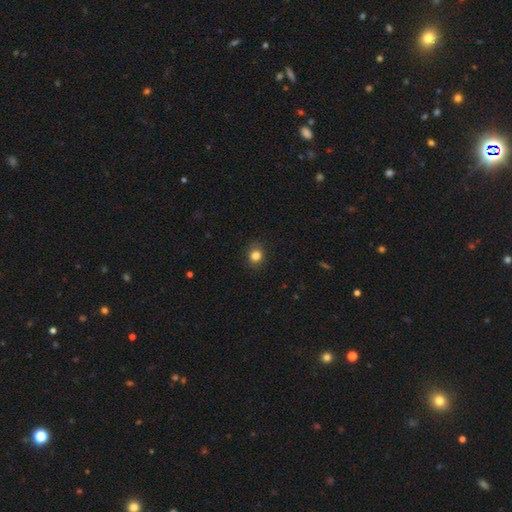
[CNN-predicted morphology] smooth-or-featured: smooth: 84% | star or artifact: 11% | featured or disk: 5%
  how-rounded: round: 78% | in between: 21% | cigar-shaped: 1%
  merging: none: 87% | minor disturbance: 9% | major disturbance: 2% | merger: 1%